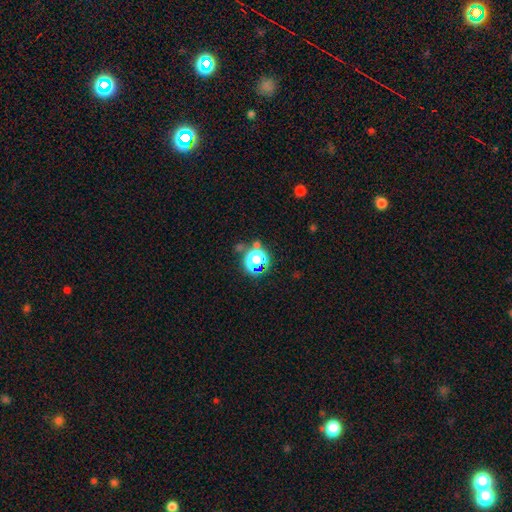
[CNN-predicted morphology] Q: Smooth or featured?
A: star or artifact (69%); runner-up: smooth (23%)